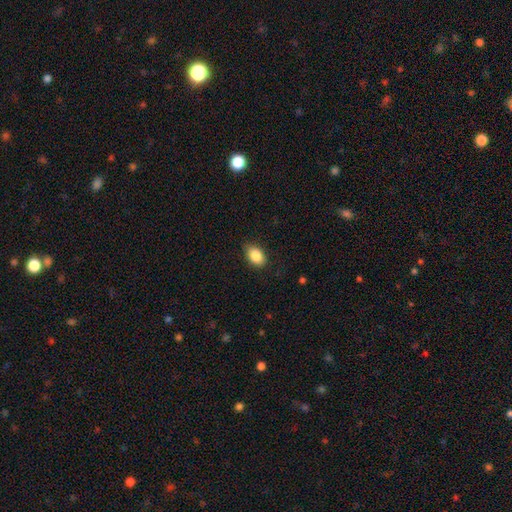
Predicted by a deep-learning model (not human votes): Smooth or featured? smooth (87%)
How rounded? in between (87%)
Merging? none (83%)